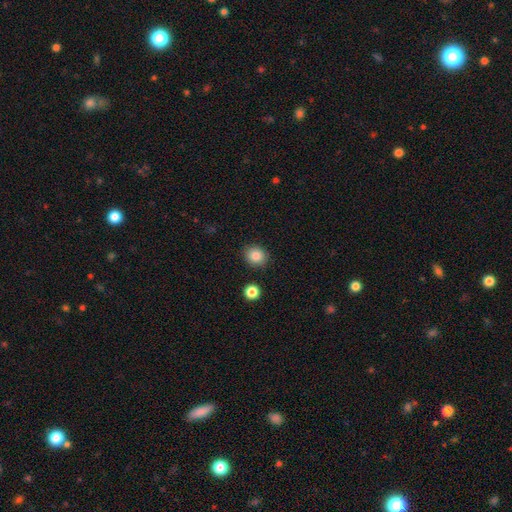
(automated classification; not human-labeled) The model was most divided on "how rounded": round: 73%, in between: 26%, cigar-shaped: 1%. More confident: merging — none (88%); smooth or featured — smooth (85%).